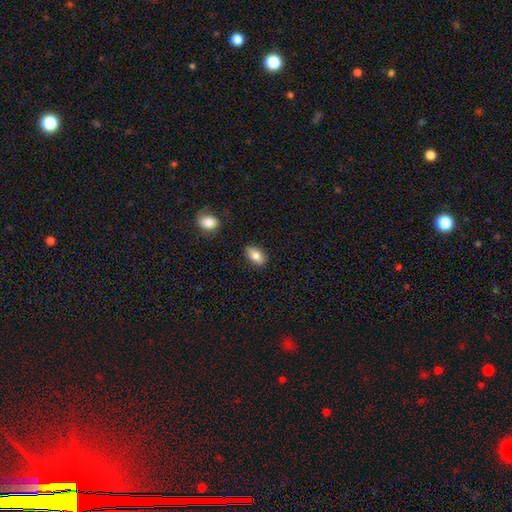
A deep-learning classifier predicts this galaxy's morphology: smooth 82%, featured or disk 10%, star or artifact 8%. Down the decision tree: how rounded — in between (90%); merging — none (85%).